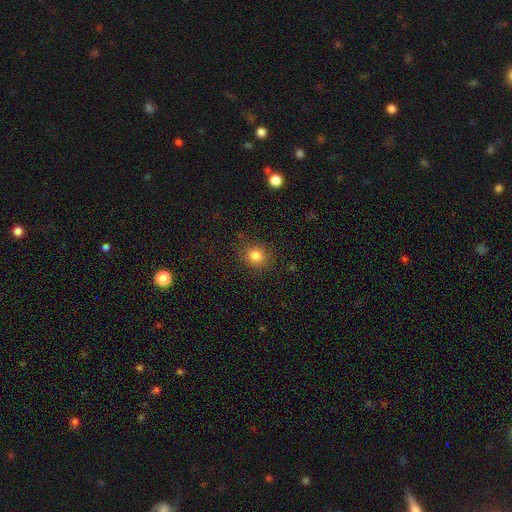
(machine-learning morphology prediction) smooth-or-featured: smooth: 82% | star or artifact: 13% | featured or disk: 5%
  how-rounded: round: 87% | in between: 12% | cigar-shaped: 1%
  merging: none: 86% | minor disturbance: 9% | major disturbance: 3% | merger: 1%